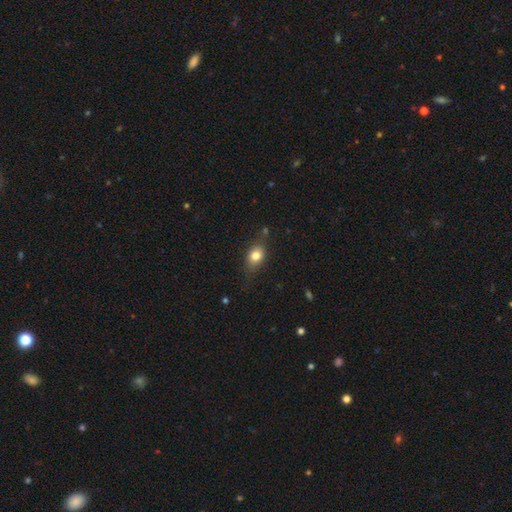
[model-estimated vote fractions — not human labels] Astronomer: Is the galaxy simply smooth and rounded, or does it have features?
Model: smooth — 80%.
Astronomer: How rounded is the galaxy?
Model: in between — 69%.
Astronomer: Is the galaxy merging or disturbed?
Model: none — 71%.